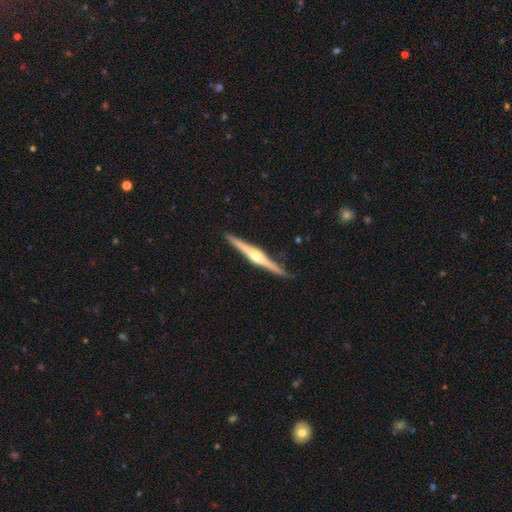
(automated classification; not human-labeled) Morphology: type=featured or disk (82%); edge-on=yes (98%); edge-on bulge=rounded (91%); merging=none (89%).